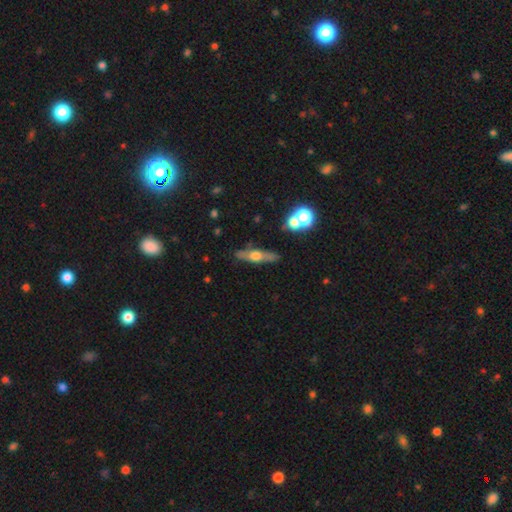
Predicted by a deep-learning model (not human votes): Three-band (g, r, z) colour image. It shows a featured or disk galaxy (55%) viewed edge-on (82%). Merging: none (82%).